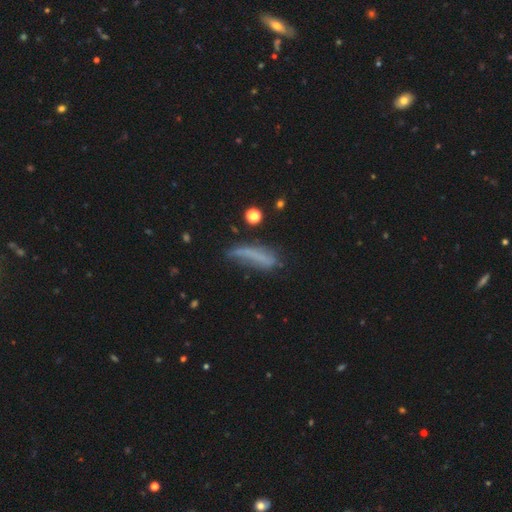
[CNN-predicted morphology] type=smooth (55%); roundness=cigar-shaped (67%); merging=none (41%).